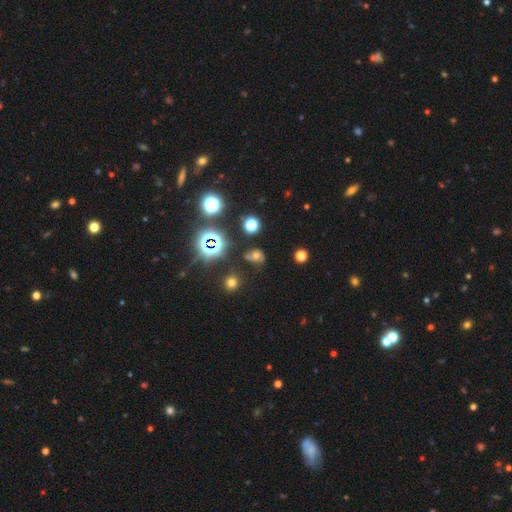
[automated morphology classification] The model was most divided on "smooth or featured": smooth: 44%, star or artifact: 35%, featured or disk: 20%. More confident: merging — none (57%).